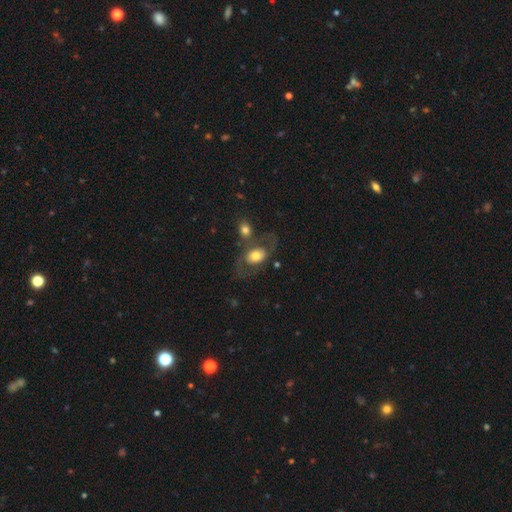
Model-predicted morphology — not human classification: The model was most divided on "smooth or featured": smooth: 53%, featured or disk: 39%, star or artifact: 7%. Remaining: how rounded — in between (66%); merging — none (48%).